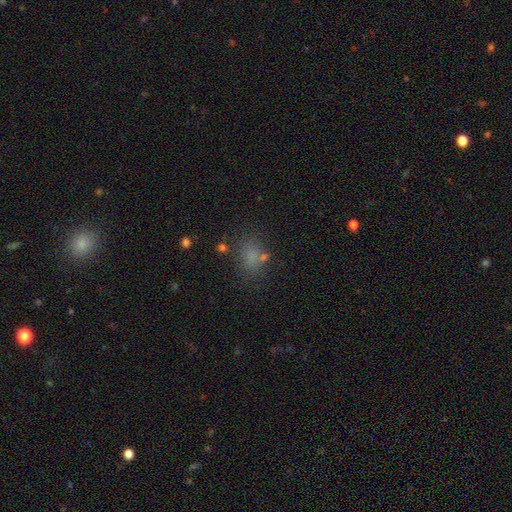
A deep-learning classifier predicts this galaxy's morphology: smooth_or_featured: smooth (p=0.69) [alt: star or artifact p=0.22]
how_rounded: in between (p=0.54) [alt: round p=0.44]
merging: none (p=0.72) [alt: minor disturbance p=0.13]